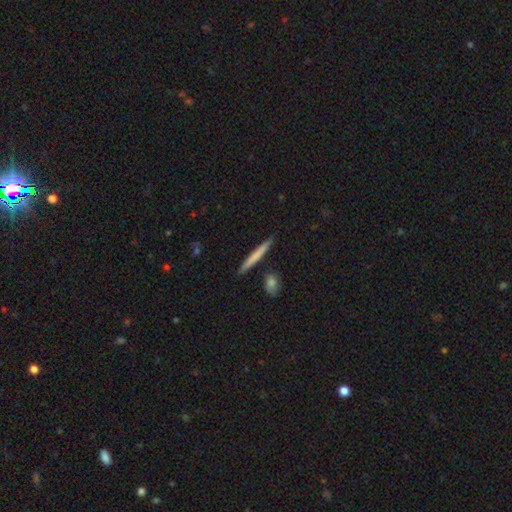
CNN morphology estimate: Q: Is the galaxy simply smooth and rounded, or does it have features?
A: smooth — 65%.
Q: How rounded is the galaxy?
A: cigar-shaped — 96%.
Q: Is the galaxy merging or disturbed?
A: none — 87%.